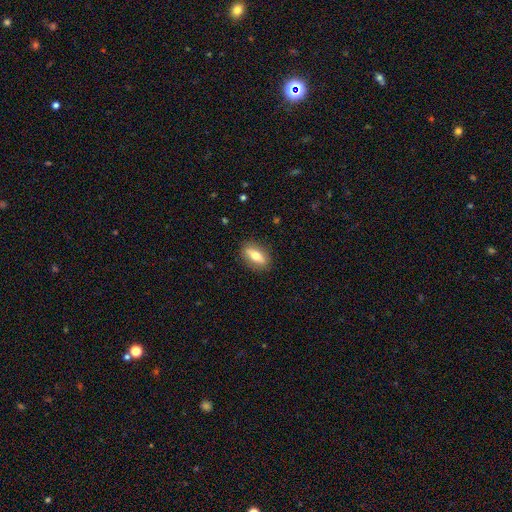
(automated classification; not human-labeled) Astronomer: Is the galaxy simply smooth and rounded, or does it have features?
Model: smooth — 59%.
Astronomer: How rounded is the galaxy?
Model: in between — 69%.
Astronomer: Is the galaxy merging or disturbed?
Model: none — 86%.